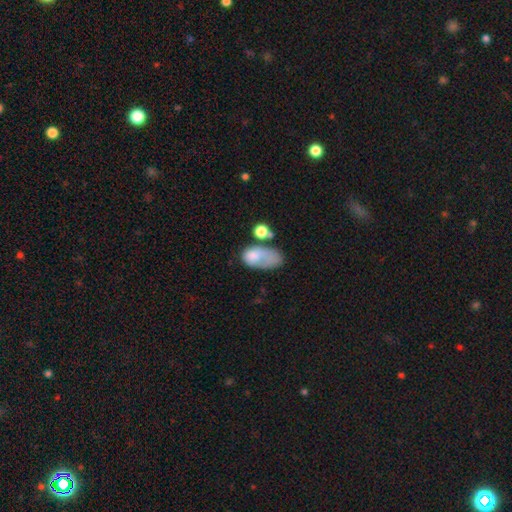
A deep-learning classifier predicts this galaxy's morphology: This appears to be a smooth galaxy with no disk features (70%) that is in between round and cigar-shaped (90%). Merging: major disturbance (32%).